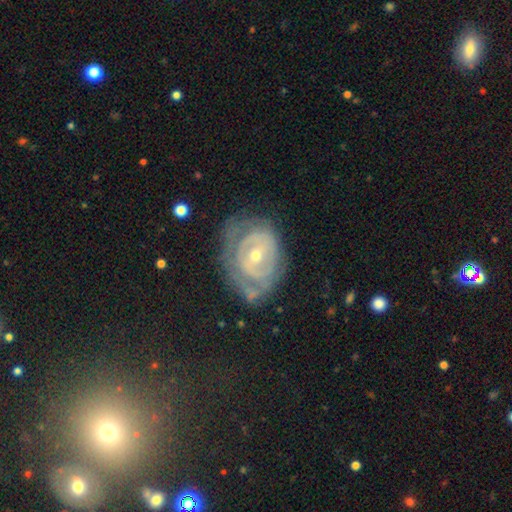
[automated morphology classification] Smooth or featured?
  - featured or disk: 77% *
  - smooth: 16%
  - star or artifact: 6%
Edge-on disk?
  - no: 96% *
  - yes: 4%
Bar?
  - no: 48% *
  - weak: 37%
  - strong: 15%
Spiral arms?
  - yes: 71% *
  - no: 29%
Spiral winding?
  - tight: 67% *
  - medium: 24%
  - loose: 9%
Spiral arm count?
  - can't tell: 46% *
  - 2: 30%
  - 1: 9%
  - 3: 9%
  - 4: 4%
  - more than 4: 3%
Bulge size?
  - small: 55% *
  - moderate: 42%
  - large: 2%
  - none: 1%
  - dominant: 1%
Merging?
  - none: 50% *
  - minor disturbance: 28%
  - major disturbance: 19%
  - merger: 3%